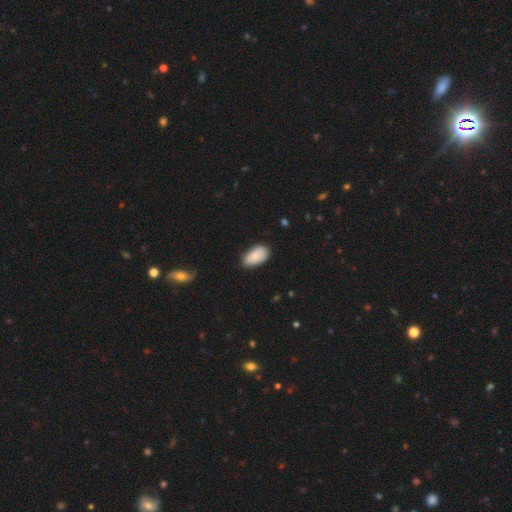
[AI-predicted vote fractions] Smooth or featured?
  - smooth: 84% *
  - featured or disk: 9%
  - star or artifact: 7%
How rounded?
  - in between: 95% *
  - round: 3%
  - cigar-shaped: 2%
Merging?
  - none: 67% *
  - minor disturbance: 28%
  - major disturbance: 4%
  - merger: 2%